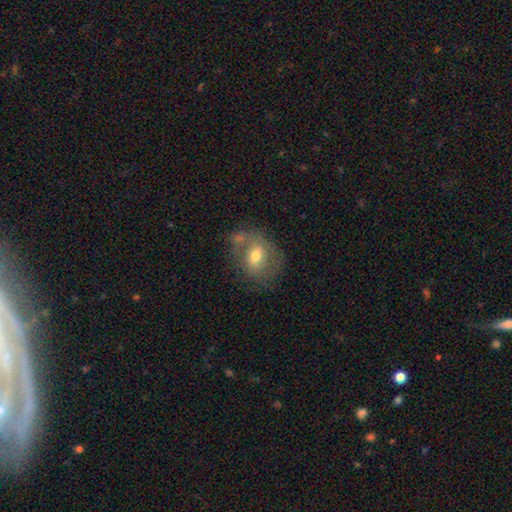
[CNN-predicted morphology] This appears to be a smooth galaxy with no disk features (51%) that is round (54%). Merging: none (53%).